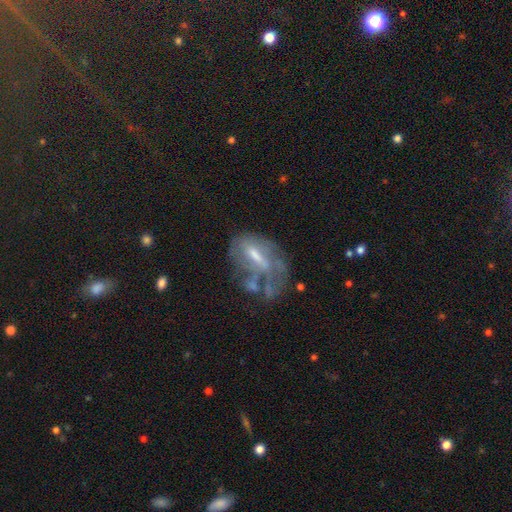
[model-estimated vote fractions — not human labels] This is likely a featured or disk galaxy (60%). It is clearly not viewed edge-on (91%). Bar: marginally weak (41%). Spiral arm pattern: likely no (63%). Central bulge: marginally moderate (43%). Merging: marginally major disturbance (37%).